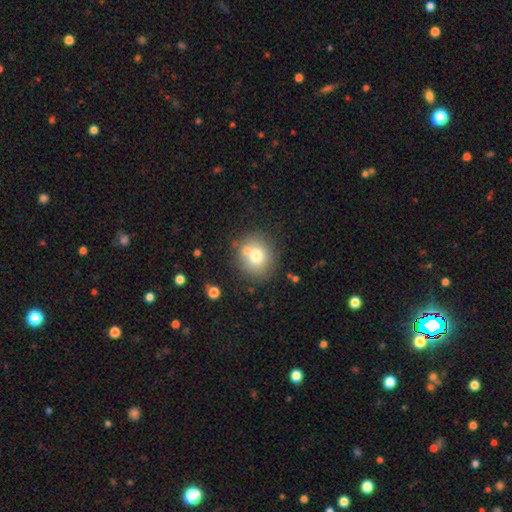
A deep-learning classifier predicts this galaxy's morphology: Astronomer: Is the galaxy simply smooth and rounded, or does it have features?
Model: smooth — 72%.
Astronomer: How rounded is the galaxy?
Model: round — 83%.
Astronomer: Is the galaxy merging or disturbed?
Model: none — 68%.